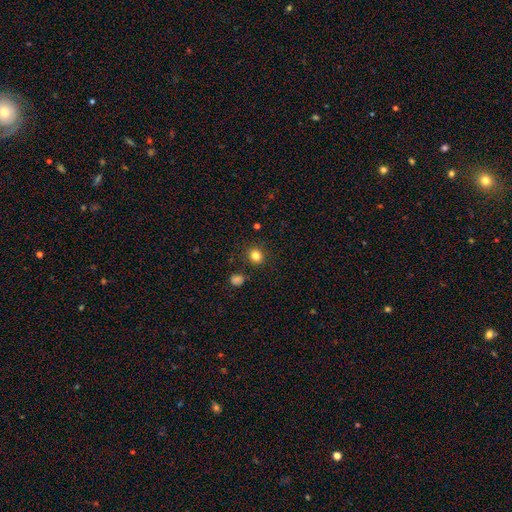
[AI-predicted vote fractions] A smooth galaxy with no disk features (82%) that is round (81%).

Vote fractions:
- Smooth or featured? smooth: 82% / star or artifact: 13% / featured or disk: 5%
- How rounded? round: 81% / in between: 18% / cigar-shaped: 1%
- Merging? none: 89% / minor disturbance: 7% / major disturbance: 2% / merger: 2%